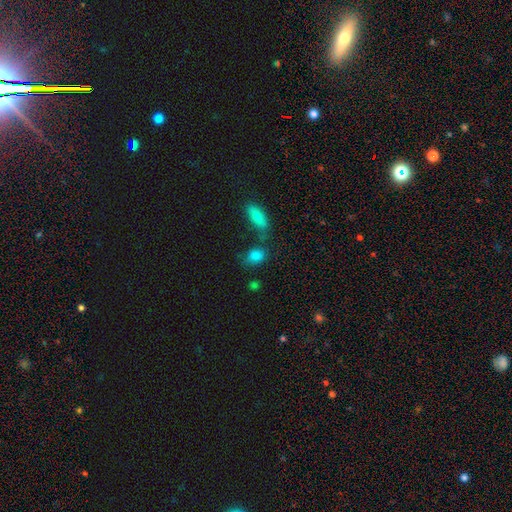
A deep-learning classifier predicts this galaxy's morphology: type=smooth (83%); roundness=in between (68%); merging=none (60%).